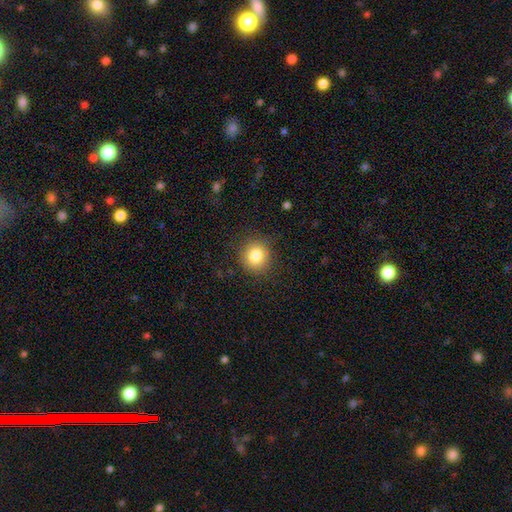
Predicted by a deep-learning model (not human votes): Morphology: type=smooth (82%); roundness=round (89%); merging=none (87%).